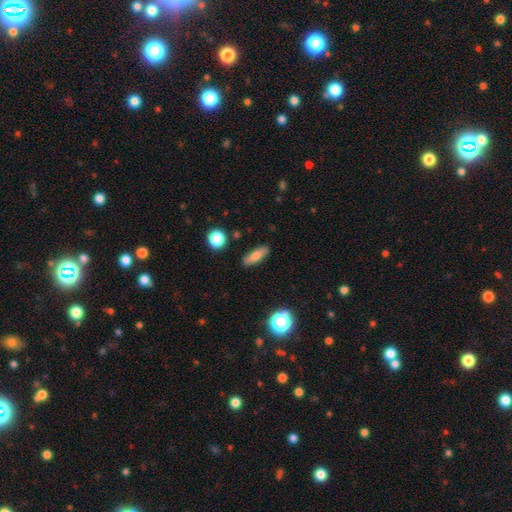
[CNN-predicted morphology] Overall: smooth (72%). How rounded: in between (48%; cigar-shaped 46%). Merging: none (85%).